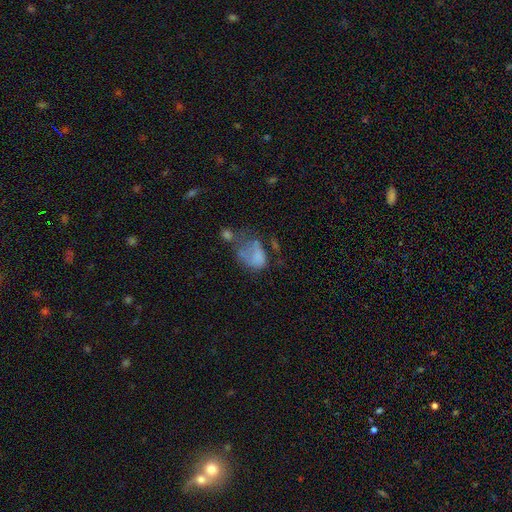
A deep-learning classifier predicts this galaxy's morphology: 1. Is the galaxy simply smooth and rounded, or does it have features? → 57% smooth, 31% featured or disk, 13% star or artifact.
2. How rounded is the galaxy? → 75% in between, 23% round, 2% cigar-shaped.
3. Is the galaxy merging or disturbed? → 44% major disturbance, 20% merger, 18% minor disturbance, 18% none.